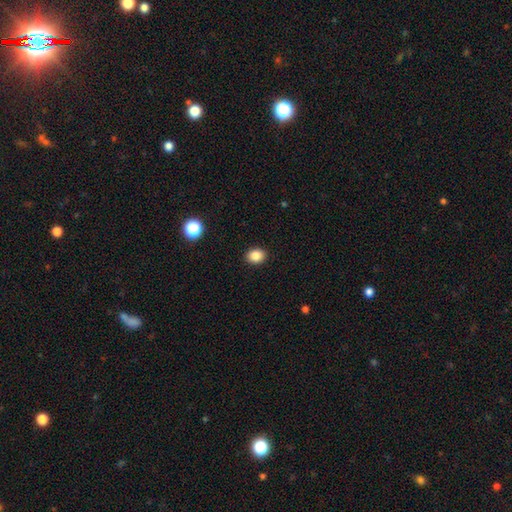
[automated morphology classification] Overall: smooth (85%). How rounded: in between (50%; round 49%). Merging: none (91%).